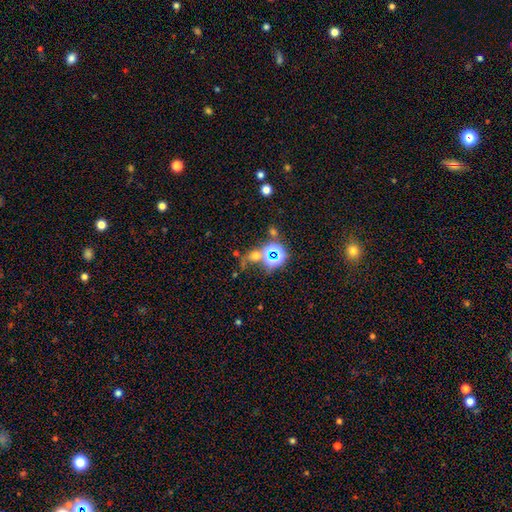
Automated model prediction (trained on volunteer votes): A star or artifact, not a galaxy (48%).

Vote fractions:
- Smooth or featured? star or artifact: 48% / smooth: 40% / featured or disk: 12%